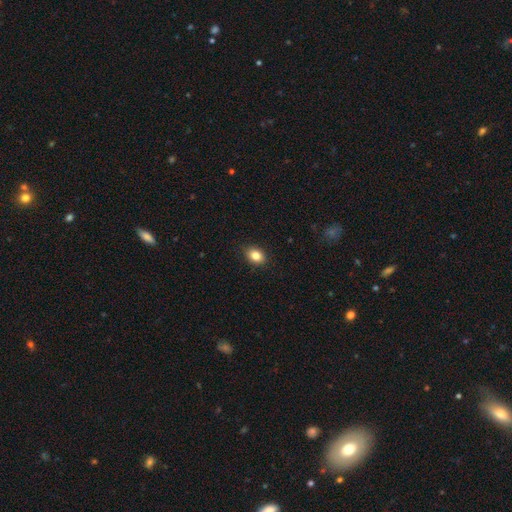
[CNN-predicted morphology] A smooth galaxy with no disk features (85%) that is in between round and cigar-shaped (66%). Merging: none (88%).